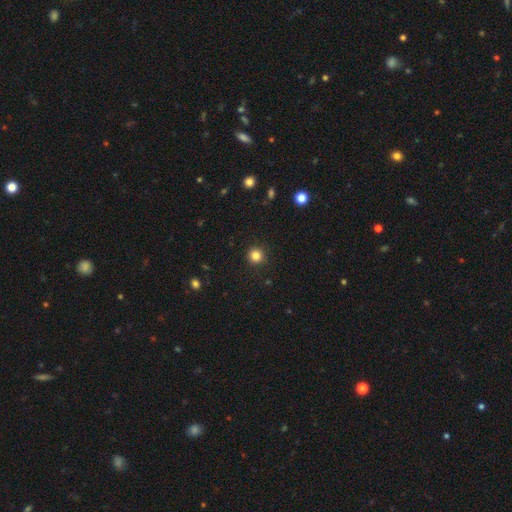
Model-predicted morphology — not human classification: A smooth galaxy with no disk features (84%) that is round (95%).

Vote fractions:
- Smooth or featured? smooth: 84% / star or artifact: 12% / featured or disk: 4%
- How rounded? round: 95% / in between: 4% / cigar-shaped: 1%
- Merging? none: 92% / minor disturbance: 5% / major disturbance: 2% / merger: 1%